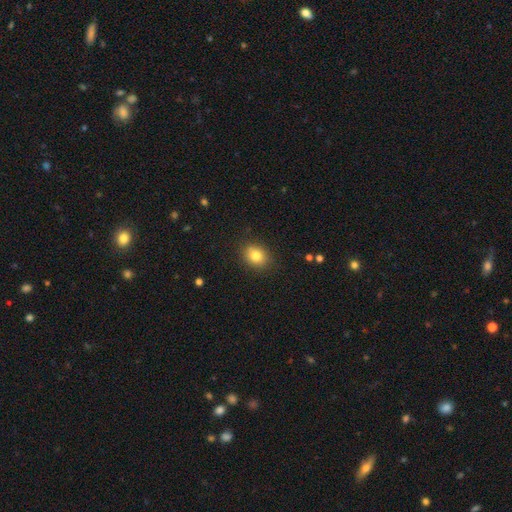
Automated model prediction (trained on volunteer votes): smooth_or_featured: smooth (p=0.82) [alt: star or artifact p=0.10]
how_rounded: round (p=0.53) [alt: in between p=0.46]
merging: none (p=0.85) [alt: minor disturbance p=0.11]